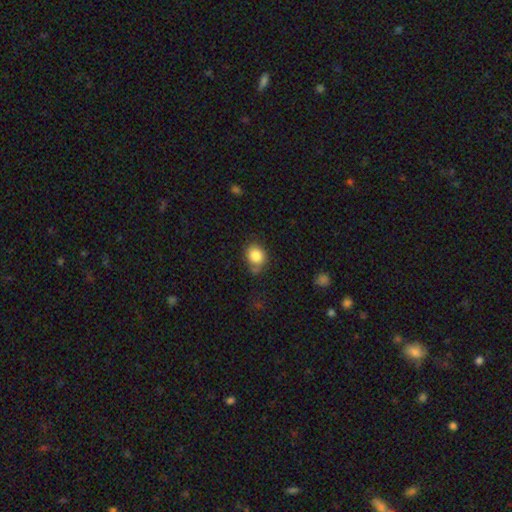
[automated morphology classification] Smooth or featured?
  - smooth: 85% *
  - star or artifact: 9%
  - featured or disk: 6%
How rounded?
  - round: 70% *
  - in between: 29%
  - cigar-shaped: 1%
Merging?
  - none: 66% *
  - minor disturbance: 21%
  - merger: 8%
  - major disturbance: 6%